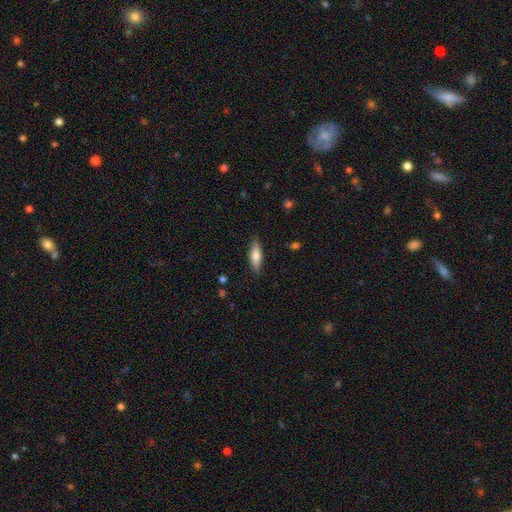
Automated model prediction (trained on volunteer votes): Q: Smooth or featured?
A: smooth (71%); runner-up: featured or disk (23%)
Q: How rounded?
A: cigar-shaped (50%); runner-up: in between (48%)
Q: Merging?
A: none (86%); runner-up: minor disturbance (10%)